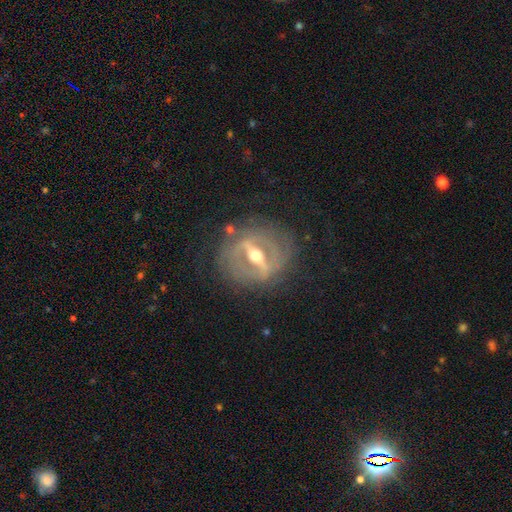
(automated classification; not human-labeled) Smooth or featured? Predicted: featured or disk (p=0.87). Edge-on disk? Predicted: no (p=0.68). Bar? Predicted: strong (p=0.83). Spiral arms? Predicted: no (p=0.52). Bulge size? Predicted: moderate (p=0.77). Merging? Predicted: none (p=0.77).